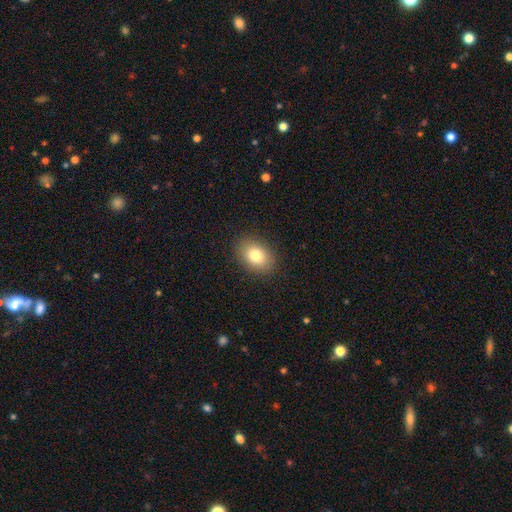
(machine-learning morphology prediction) This is clearly a smooth galaxy (80%). How rounded: likely in between (74%). Merging: clearly none (88%).